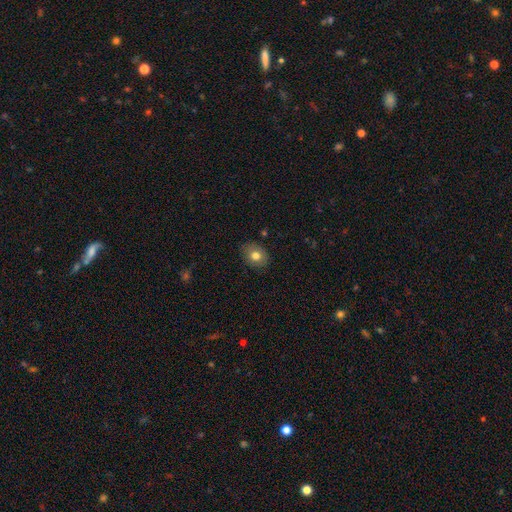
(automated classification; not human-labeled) smooth 78%, featured or disk 13%, star or artifact 9%. Down the decision tree: how rounded — in between (55%); merging — none (85%).